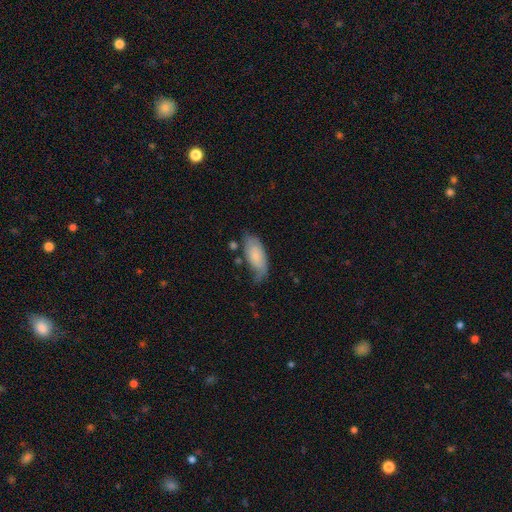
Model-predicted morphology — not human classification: Smooth or featured? Predicted: smooth (p=0.68). How rounded? Predicted: in between (p=0.88). Merging? Predicted: none (p=0.48).